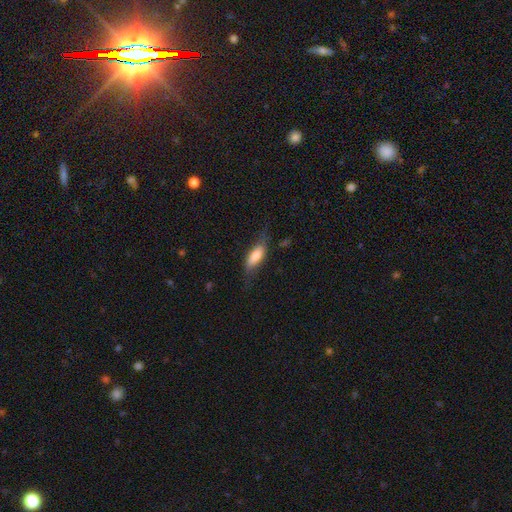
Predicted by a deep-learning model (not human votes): Smooth or featured?
  - smooth: 64% *
  - featured or disk: 29%
  - star or artifact: 7%
How rounded?
  - in between: 68% *
  - cigar-shaped: 29%
  - round: 3%
Merging?
  - none: 53% *
  - minor disturbance: 28%
  - major disturbance: 18%
  - merger: 2%